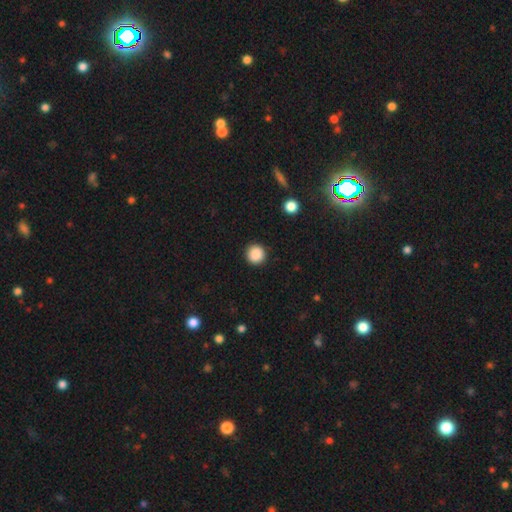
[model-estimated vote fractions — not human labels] Smooth or featured? Predicted: smooth (p=0.88). How rounded? Predicted: round (p=0.95). Merging? Predicted: none (p=0.92).